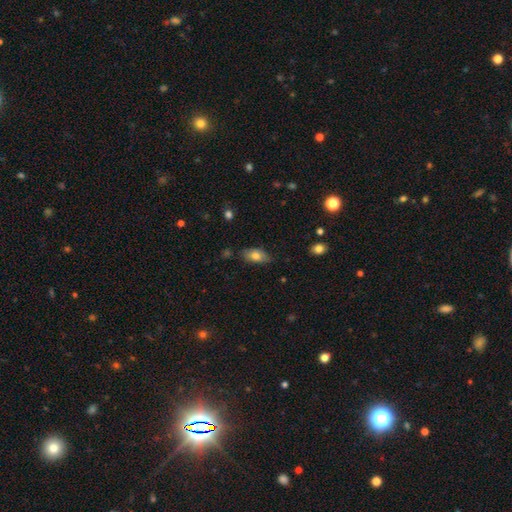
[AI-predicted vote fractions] This appears to be a smooth galaxy with no disk features (75%) that is in between round and cigar-shaped (89%). Merging: none (75%).